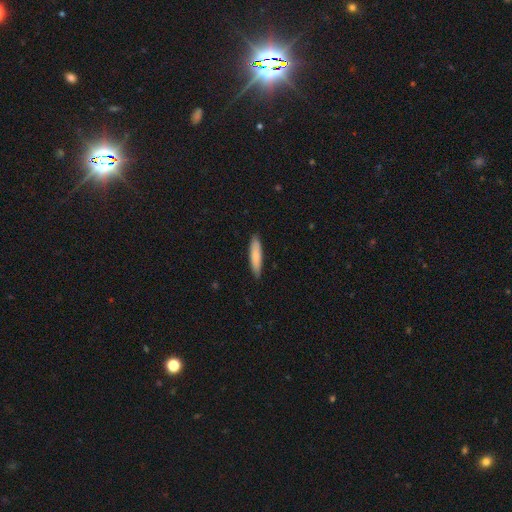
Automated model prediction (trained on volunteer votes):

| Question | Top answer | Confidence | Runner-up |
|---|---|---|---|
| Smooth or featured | smooth | 80% | featured or disk (15%) |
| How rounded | cigar-shaped | 79% | in between (20%) |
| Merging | none | 88% | minor disturbance (9%) |